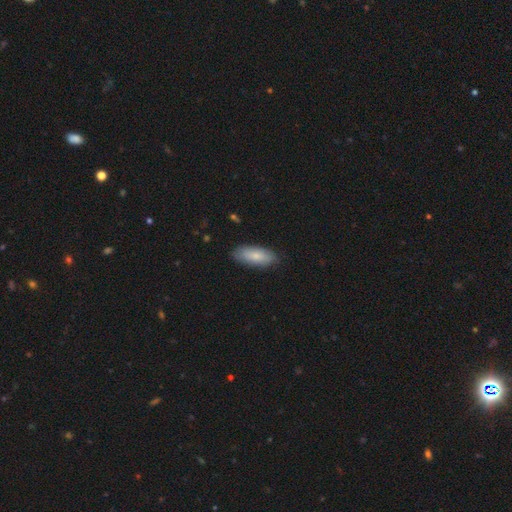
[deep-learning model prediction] smooth 77%, featured or disk 18%, star or artifact 6%. Down the decision tree: how rounded — in between (79%); merging — none (83%).